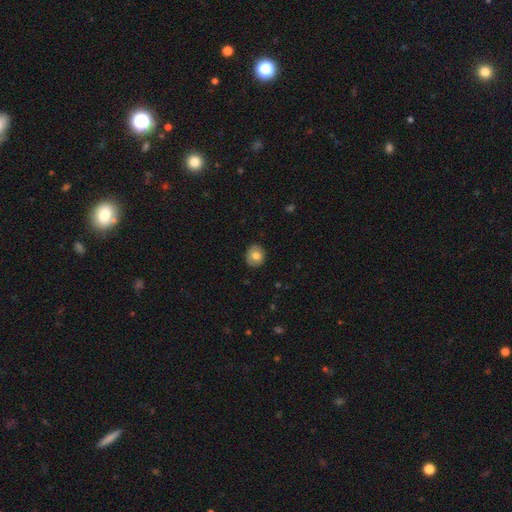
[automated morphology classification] Smooth or featured? Predicted: smooth (p=0.77). How rounded? Predicted: round (p=0.74). Merging? Predicted: none (p=0.88).